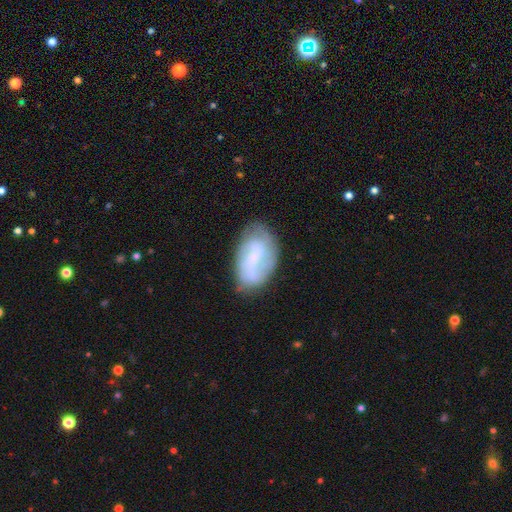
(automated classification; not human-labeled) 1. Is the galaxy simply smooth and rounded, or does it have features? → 56% featured or disk, 37% smooth, 8% star or artifact.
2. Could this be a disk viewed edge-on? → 97% no, 3% yes.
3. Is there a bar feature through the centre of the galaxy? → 46% weak, 34% no, 20% strong.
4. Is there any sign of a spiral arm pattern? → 74% yes, 26% no.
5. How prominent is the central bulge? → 40% none, 36% small, 19% moderate, 4% large, 1% dominant.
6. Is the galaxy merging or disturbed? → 63% none, 24% minor disturbance, 11% major disturbance, 3% merger.